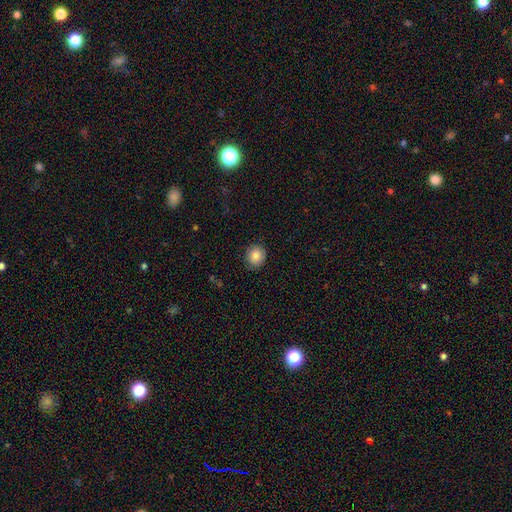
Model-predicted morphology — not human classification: Overall: smooth (86%). How rounded: round (83%). Merging: none (88%).